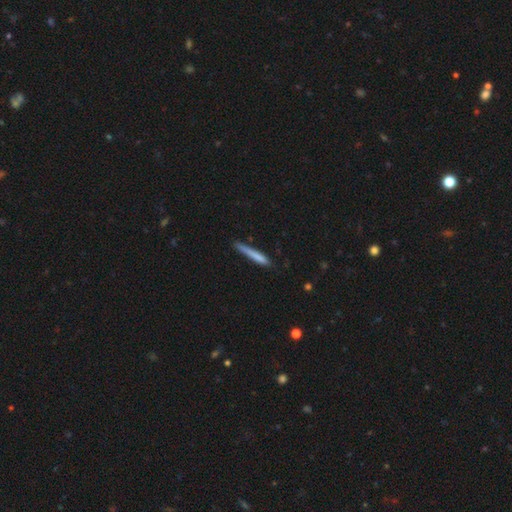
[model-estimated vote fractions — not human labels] smooth-or-featured: smooth: 75% | featured or disk: 19% | star or artifact: 6%
  how-rounded: cigar-shaped: 95% | in between: 3% | round: 1%
  merging: none: 73% | minor disturbance: 21% | major disturbance: 4% | merger: 2%